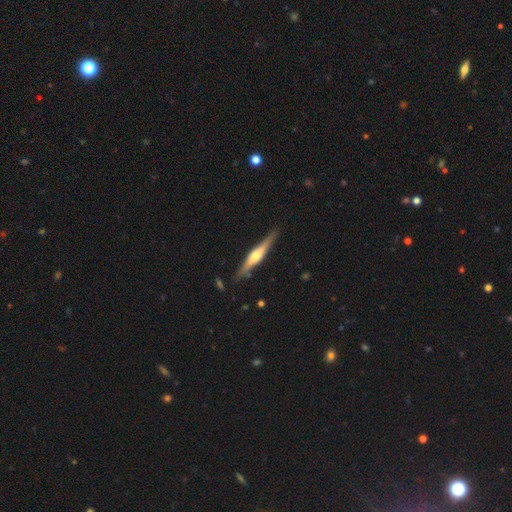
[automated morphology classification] Smooth or featured? featured or disk (67%)
Edge-on disk? yes (96%)
Edge-on bulge? rounded (87%)
Merging? none (86%)